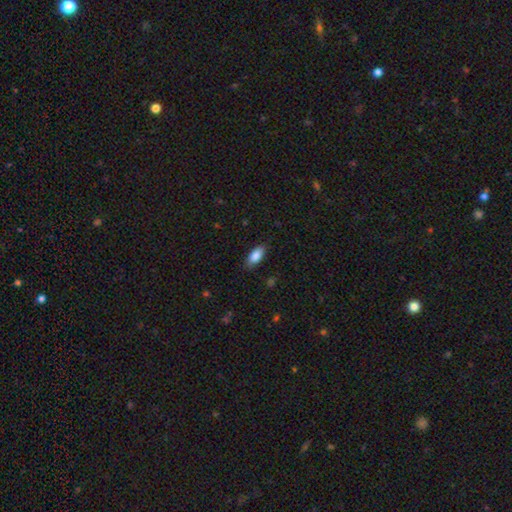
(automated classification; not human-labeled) Smooth or featured? smooth (86%)
How rounded? in between (87%)
Merging? none (84%)